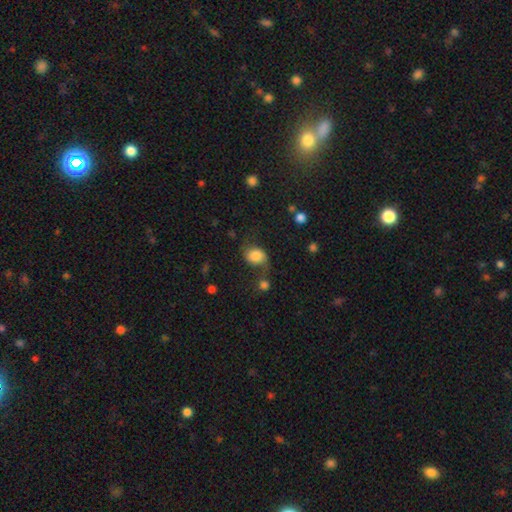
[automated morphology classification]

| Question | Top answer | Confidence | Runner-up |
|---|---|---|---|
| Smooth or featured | smooth | 65% | featured or disk (25%) |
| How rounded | in between | 53% | round (46%) |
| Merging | none | 46% | minor disturbance (23%) |